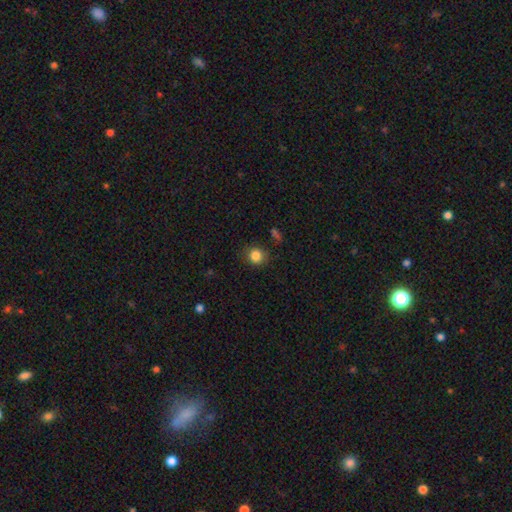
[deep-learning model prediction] The model was most divided on "how rounded": round: 85%, in between: 14%, cigar-shaped: 1%. More confident: smooth or featured — smooth (85%); merging — none (83%).